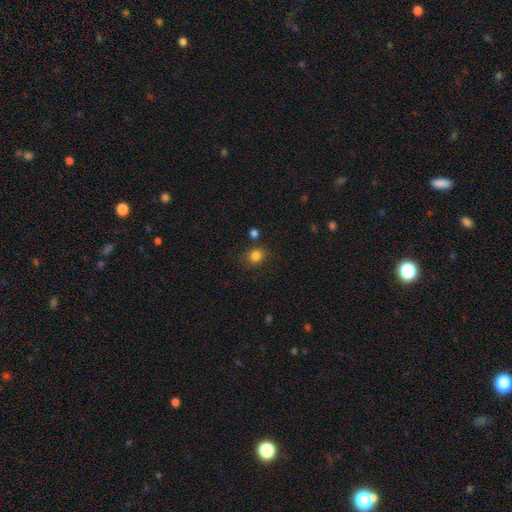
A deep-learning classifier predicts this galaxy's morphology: The model was most divided on "how rounded": round: 74%, in between: 25%, cigar-shaped: 1%. More confident: smooth or featured — smooth (83%); merging — none (78%).